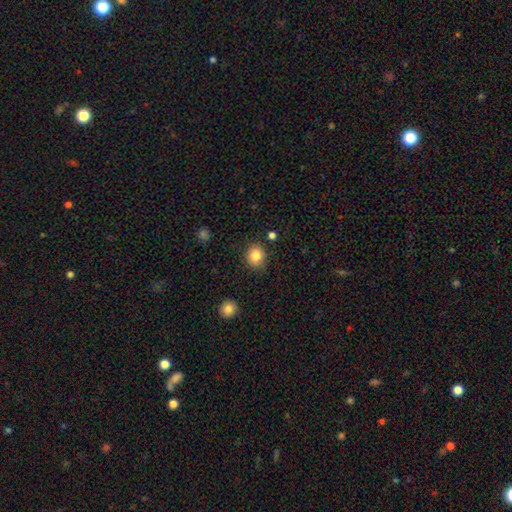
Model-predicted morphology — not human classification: This is clearly a smooth galaxy (84%). How rounded: likely round (76%). Merging: clearly none (86%).